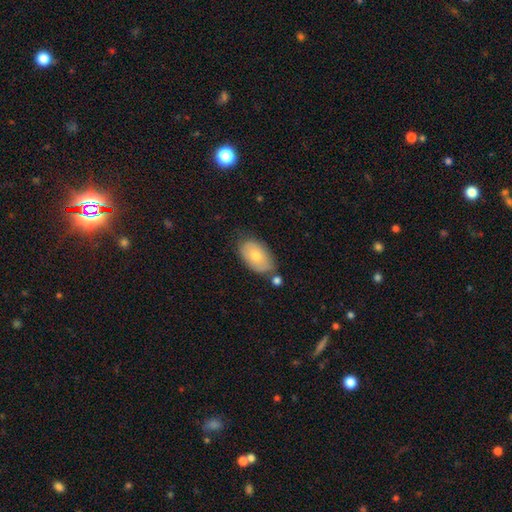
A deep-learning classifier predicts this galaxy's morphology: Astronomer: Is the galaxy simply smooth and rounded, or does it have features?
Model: smooth — 71%.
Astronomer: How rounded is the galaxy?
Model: in between — 92%.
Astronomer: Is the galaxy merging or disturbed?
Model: none — 63%.